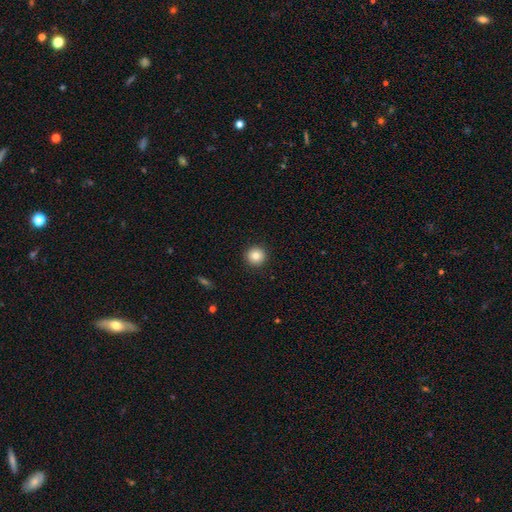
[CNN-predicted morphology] A smooth galaxy with no disk features (83%) that is round (95%). Merging: none (93%).